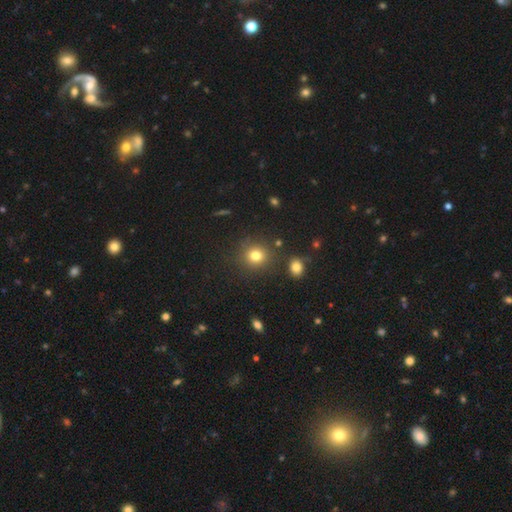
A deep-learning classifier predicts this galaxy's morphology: Overall: smooth (79%). How rounded: round (88%). Merging: none (85%).